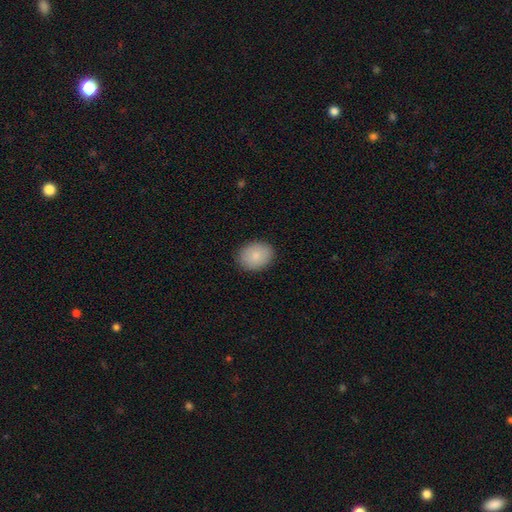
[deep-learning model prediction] Morphology: type=smooth (86%); roundness=in between (55%); merging=none (87%).